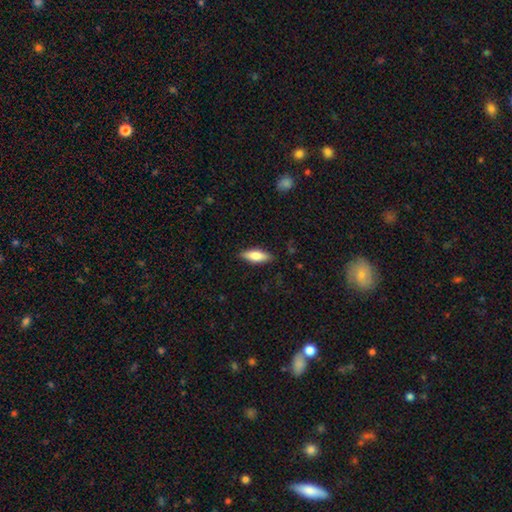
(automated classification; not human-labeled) Q: Smooth or featured?
A: smooth (76%); runner-up: featured or disk (17%)
Q: How rounded?
A: in between (62%); runner-up: cigar-shaped (36%)
Q: Merging?
A: none (85%); runner-up: minor disturbance (11%)